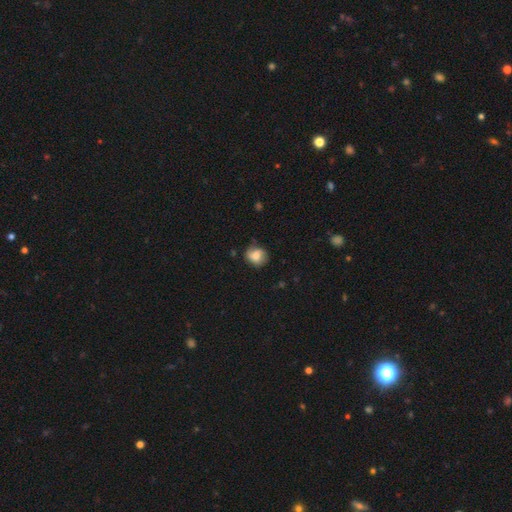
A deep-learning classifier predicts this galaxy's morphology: smooth_or_featured: smooth (p=0.75) [alt: featured or disk p=0.17]
how_rounded: round (p=0.66) [alt: in between p=0.33]
merging: none (p=0.63) [alt: minor disturbance p=0.27]